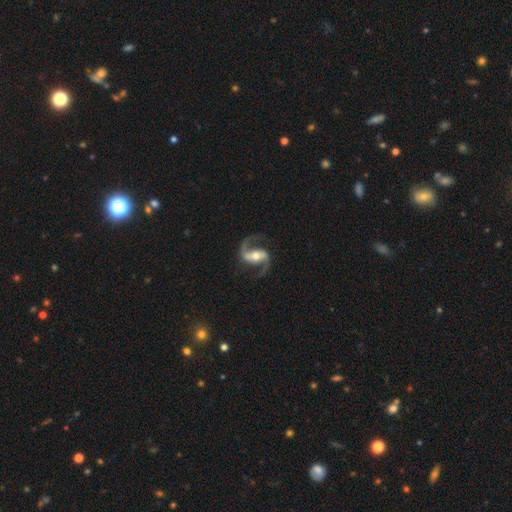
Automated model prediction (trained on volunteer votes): The model was most divided on "spiral winding": medium: 52%, loose: 39%, tight: 9%. Remaining: spiral arms — yes (98%); edge-on disk — no (97%); spiral arm count — 2 (94%); smooth or featured — featured or disk (93%); merging — none (83%); bulge size — moderate (68%); bar — strong (46%).